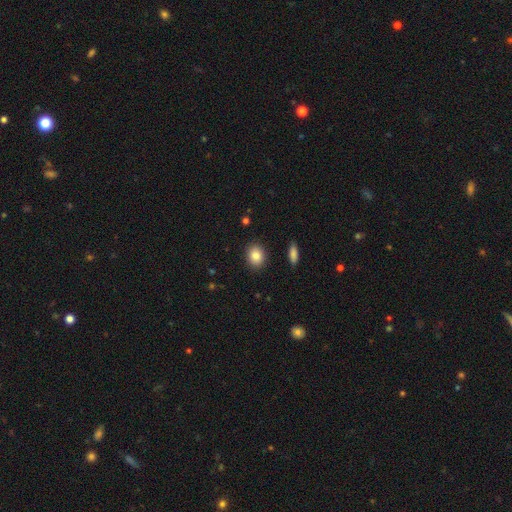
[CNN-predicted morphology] Overall: smooth (85%). How rounded: in between (50%; round 49%). Merging: none (89%).